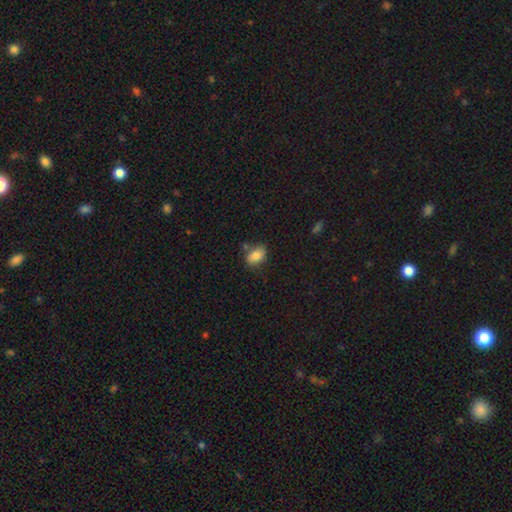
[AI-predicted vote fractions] Morphology: type=smooth (82%); roundness=in between (77%); merging=none (68%).